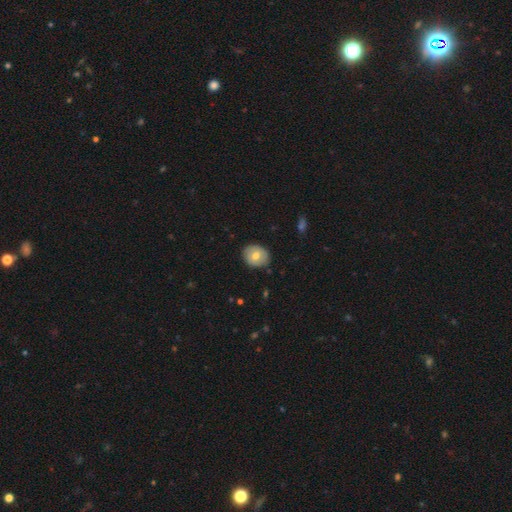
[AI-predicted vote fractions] Smooth or featured?
  - smooth: 69% *
  - featured or disk: 24%
  - star or artifact: 8%
How rounded?
  - round: 62% *
  - in between: 37%
  - cigar-shaped: 1%
Merging?
  - none: 85% *
  - minor disturbance: 11%
  - major disturbance: 2%
  - merger: 1%